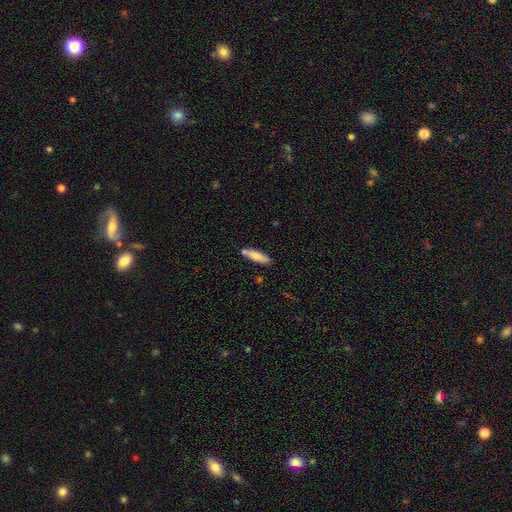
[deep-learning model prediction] Overall: smooth (77%). How rounded: cigar-shaped (68%; in between 31%). Merging: none (74%).